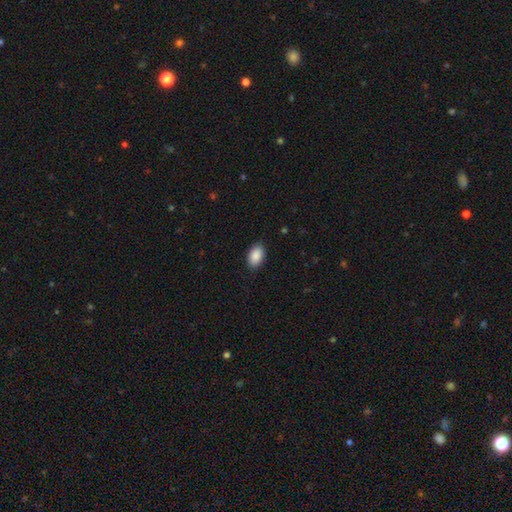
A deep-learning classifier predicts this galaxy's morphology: type=smooth (90%); roundness=in between (93%); merging=none (87%).